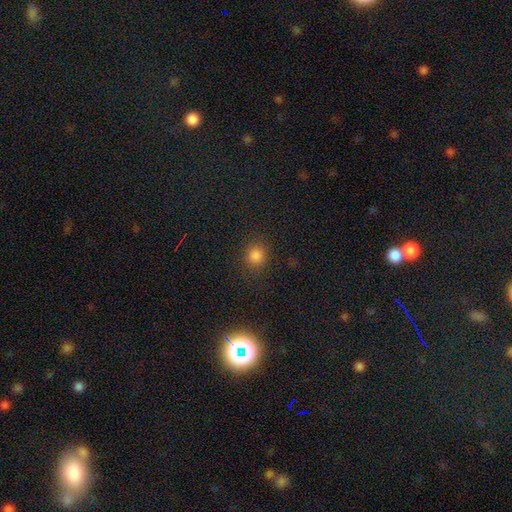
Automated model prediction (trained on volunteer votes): Morphology: type=smooth (82%); roundness=round (83%); merging=none (85%).